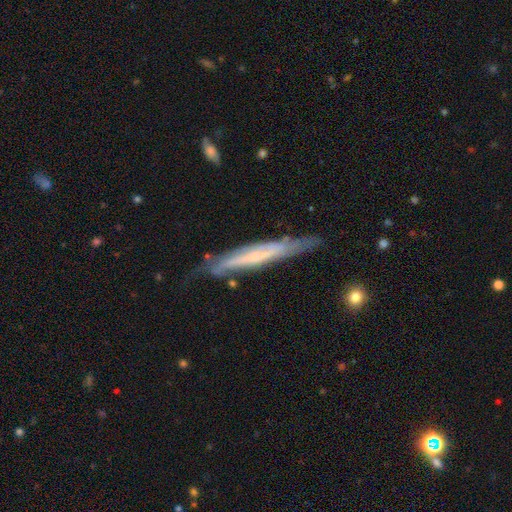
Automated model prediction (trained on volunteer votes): Morphology: type=featured or disk (72%); edge-on=yes (75%); edge-on bulge=none (53%); merging=none (68%).